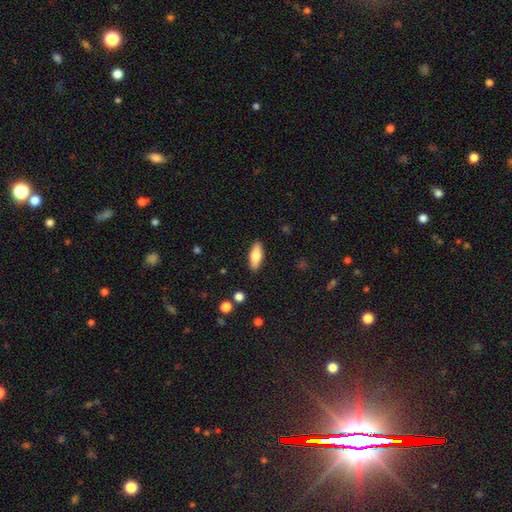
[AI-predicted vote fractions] Q: Smooth or featured?
A: smooth (73%); runner-up: featured or disk (21%)
Q: How rounded?
A: in between (68%); runner-up: cigar-shaped (30%)
Q: Merging?
A: none (89%); runner-up: minor disturbance (8%)